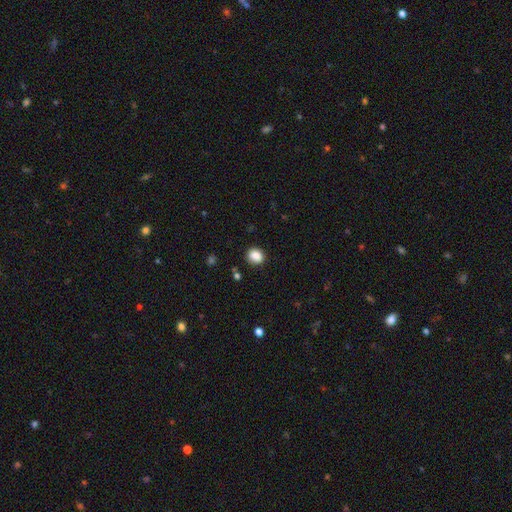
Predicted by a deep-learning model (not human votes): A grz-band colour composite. It shows a smooth galaxy with no disk features (86%) that is round (67%). Merging: none (84%).